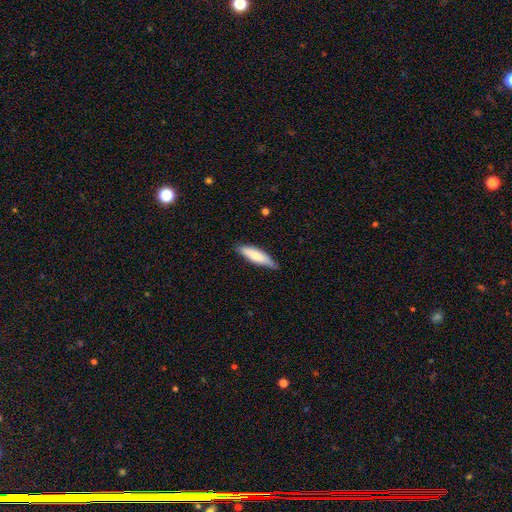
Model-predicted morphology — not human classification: This is likely a smooth galaxy (73%). How rounded: likely cigar-shaped (65%). Merging: likely none (74%).